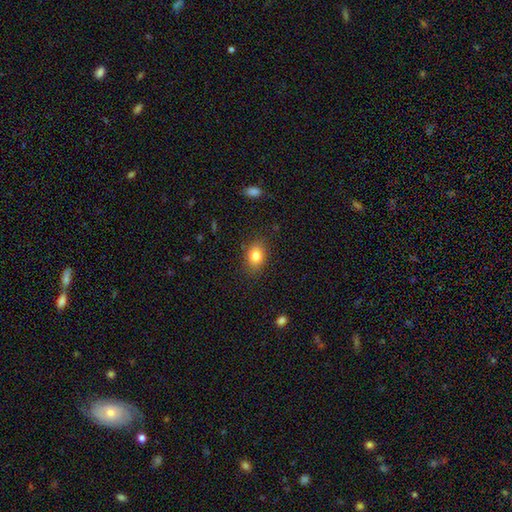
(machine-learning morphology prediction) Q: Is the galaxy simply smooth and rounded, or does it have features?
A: smooth — 81%.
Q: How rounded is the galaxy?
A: in between — 70%.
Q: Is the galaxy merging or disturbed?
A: none — 85%.